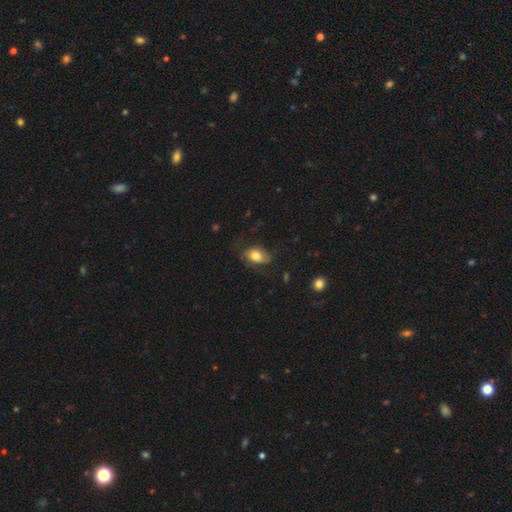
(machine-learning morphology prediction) smooth-or-featured: smooth: 76% | featured or disk: 16% | star or artifact: 8%
  how-rounded: in between: 86% | round: 13% | cigar-shaped: 2%
  merging: none: 58% | minor disturbance: 27% | major disturbance: 14% | merger: 2%